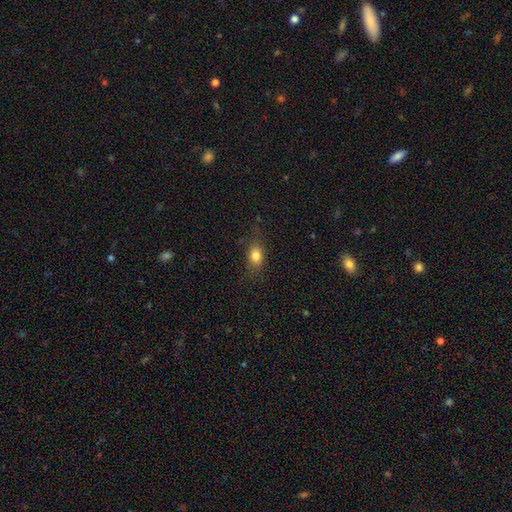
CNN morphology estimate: Smooth or featured? smooth (80%)
How rounded? in between (71%)
Merging? none (75%)